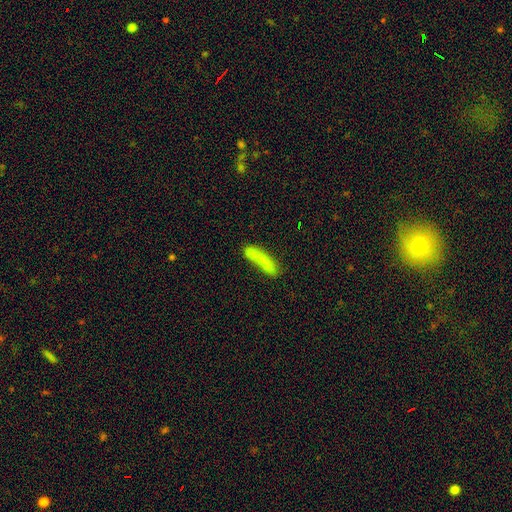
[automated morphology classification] Smooth or featured? Predicted: smooth (p=0.72). How rounded? Predicted: cigar-shaped (p=0.70). Merging? Predicted: none (p=0.38).